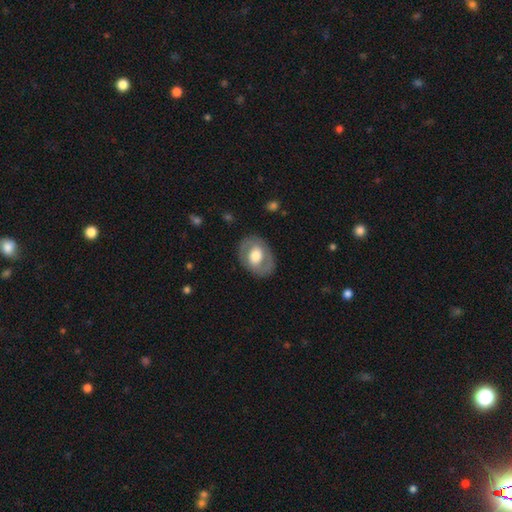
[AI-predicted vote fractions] Overall: featured or disk (51%; smooth 43%). Edge-on disk: no (94%). Merging: none (80%).